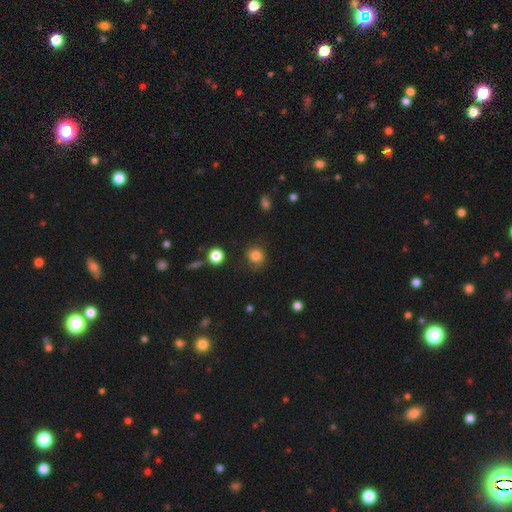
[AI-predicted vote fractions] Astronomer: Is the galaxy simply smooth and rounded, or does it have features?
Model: smooth — 83%.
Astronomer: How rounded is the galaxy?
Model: round — 88%.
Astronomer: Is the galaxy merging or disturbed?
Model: none — 78%.